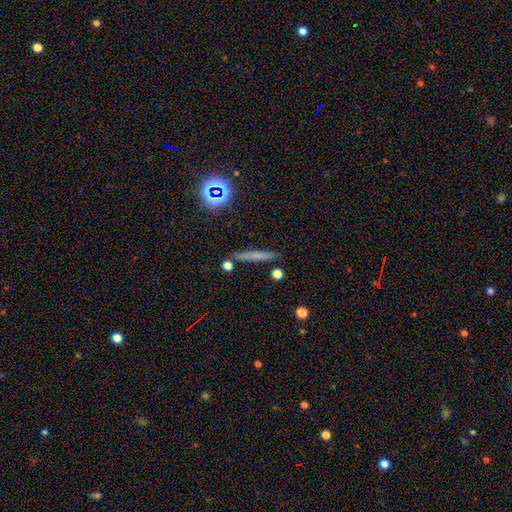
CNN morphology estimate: This appears to be a smooth galaxy with no disk features (58%) that is cigar-shaped (89%). Merging: none (83%).